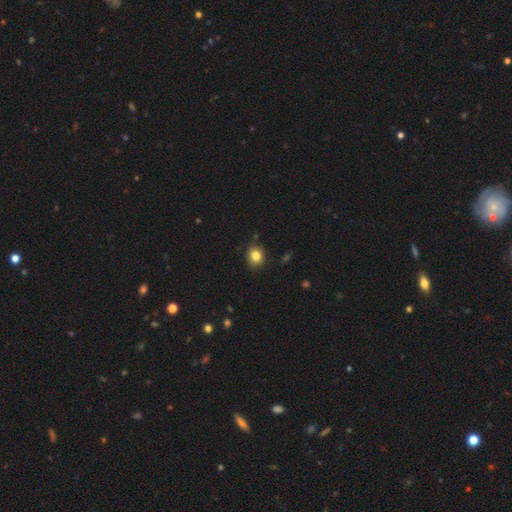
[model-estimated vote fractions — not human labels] A smooth galaxy with no disk features (84%) that is round (65%).

Vote fractions:
- Smooth or featured? smooth: 84% / star or artifact: 10% / featured or disk: 6%
- How rounded? round: 65% / in between: 34% / cigar-shaped: 1%
- Merging? none: 85% / minor disturbance: 11% / major disturbance: 2% / merger: 2%